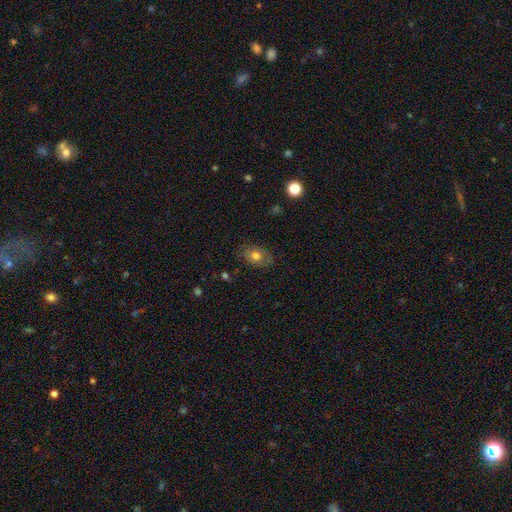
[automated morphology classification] Smooth or featured? smooth (68%)
How rounded? in between (77%)
Merging? none (79%)